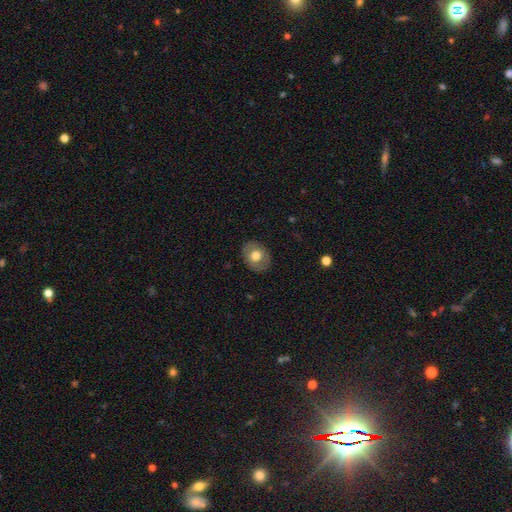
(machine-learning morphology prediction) type=smooth (66%); roundness=in between (51%); merging=none (85%).